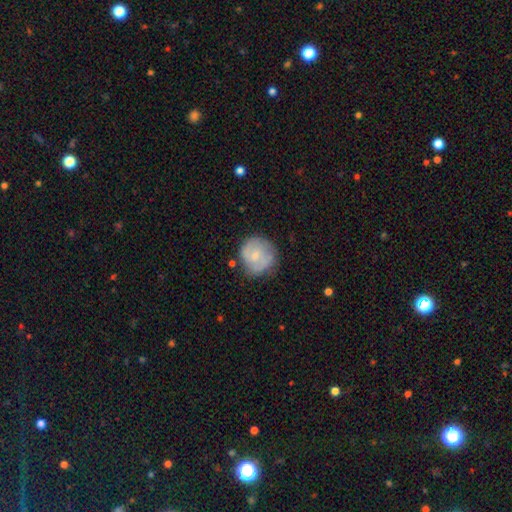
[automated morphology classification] Smooth or featured?
  - smooth: 50% *
  - featured or disk: 43%
  - star or artifact: 7%
How rounded?
  - round: 89% *
  - in between: 10%
  - cigar-shaped: 1%
Merging?
  - none: 67% *
  - minor disturbance: 22%
  - major disturbance: 7%
  - merger: 3%